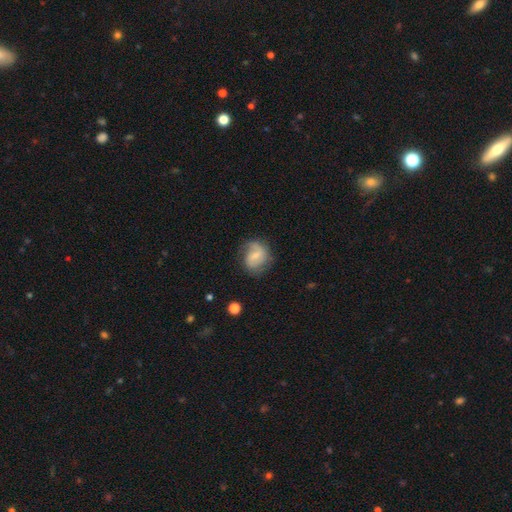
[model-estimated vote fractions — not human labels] A featured or disk galaxy (59%) with a weak bar (53%), spiral arms (87%) and a small central bulge (52%).

Vote fractions:
- Smooth or featured? featured or disk: 59% / smooth: 34% / star or artifact: 7%
- Edge-on disk? no: 97% / yes: 3%
- Bar? weak: 53% / no: 27% / strong: 19%
- Spiral arms? yes: 87% / no: 13%
- Bulge size? small: 52% / moderate: 26% / none: 17% / large: 3% / dominant: 1%
- Merging? none: 64% / minor disturbance: 23% / major disturbance: 12% / merger: 2%